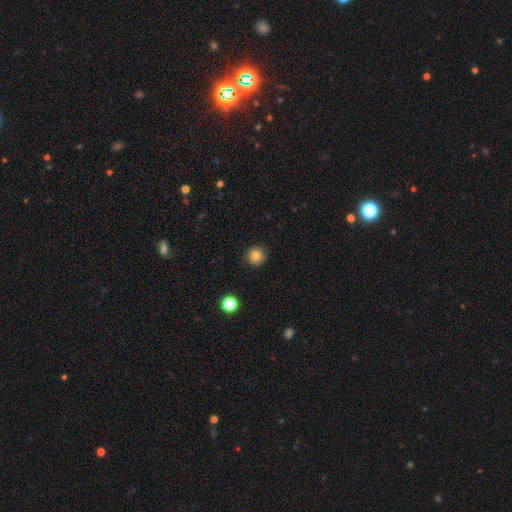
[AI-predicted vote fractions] smooth-or-featured: smooth: 82% | star or artifact: 11% | featured or disk: 7%
  how-rounded: round: 95% | in between: 4% | cigar-shaped: 1%
  merging: none: 91% | minor disturbance: 6% | major disturbance: 2% | merger: 1%